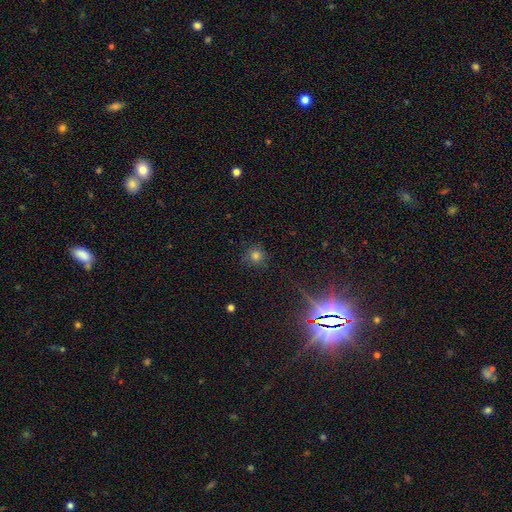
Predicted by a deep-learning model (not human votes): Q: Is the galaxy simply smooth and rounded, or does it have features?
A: smooth — 74%.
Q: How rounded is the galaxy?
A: round — 93%.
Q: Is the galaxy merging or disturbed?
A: none — 86%.